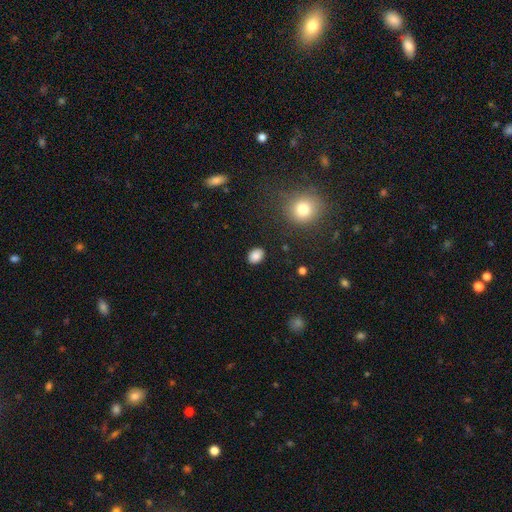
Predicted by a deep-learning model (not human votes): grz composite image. It shows a smooth galaxy with no disk features (86%) that is in between round and cigar-shaped (72%). Merging: none (87%).